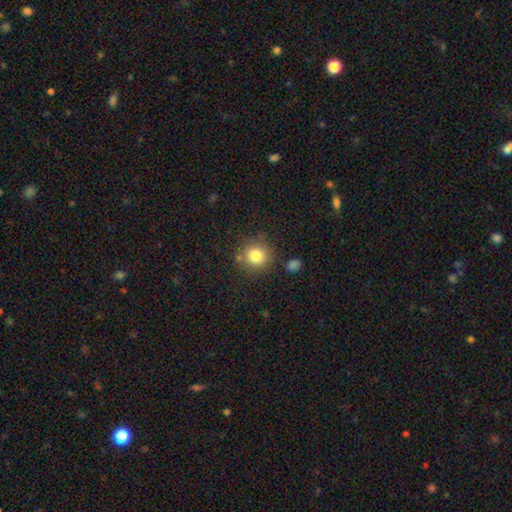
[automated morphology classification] type=smooth (81%); roundness=round (92%); merging=none (81%).